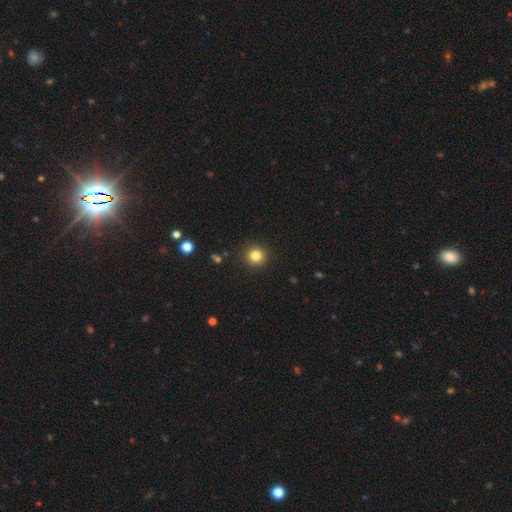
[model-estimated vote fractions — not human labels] Smooth or featured?
  - smooth: 83% *
  - star or artifact: 12%
  - featured or disk: 5%
How rounded?
  - round: 94% *
  - in between: 5%
  - cigar-shaped: 1%
Merging?
  - none: 92% *
  - minor disturbance: 5%
  - major disturbance: 2%
  - merger: 1%